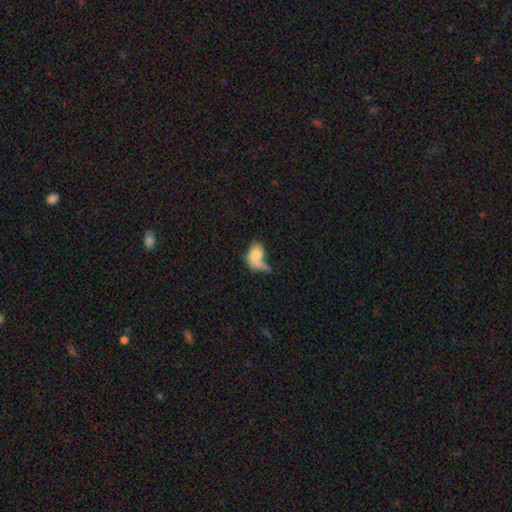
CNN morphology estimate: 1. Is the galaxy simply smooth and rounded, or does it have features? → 67% smooth, 24% featured or disk, 9% star or artifact.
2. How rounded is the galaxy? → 80% in between, 17% round, 3% cigar-shaped.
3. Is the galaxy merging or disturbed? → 32% merger, 30% major disturbance, 23% none, 16% minor disturbance.